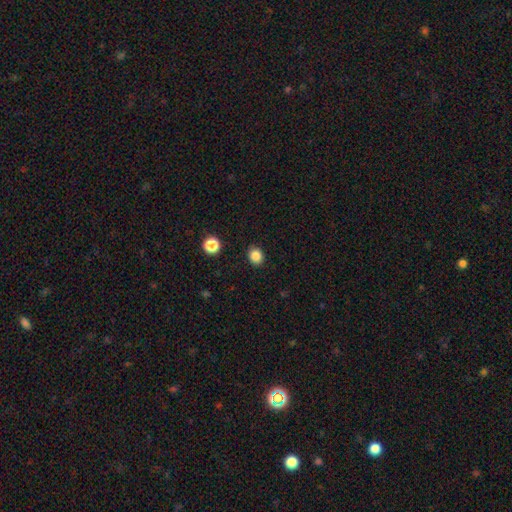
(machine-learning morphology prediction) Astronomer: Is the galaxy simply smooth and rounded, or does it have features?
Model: smooth — 85%.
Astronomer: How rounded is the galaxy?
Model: round — 69%.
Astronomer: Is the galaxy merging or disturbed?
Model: none — 90%.